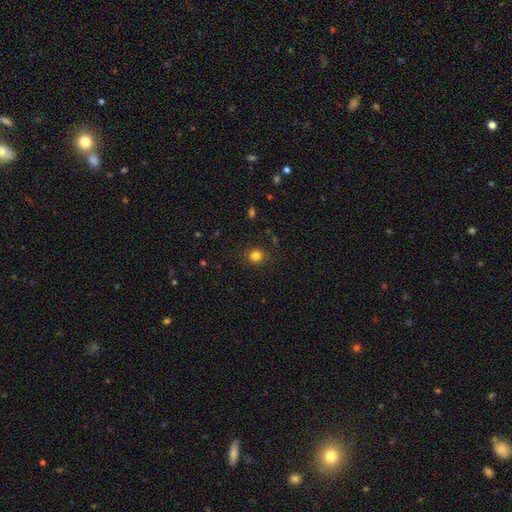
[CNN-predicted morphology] smooth 82%, star or artifact 13%, featured or disk 5%. Down the decision tree: how rounded — round (82%); merging — none (88%).